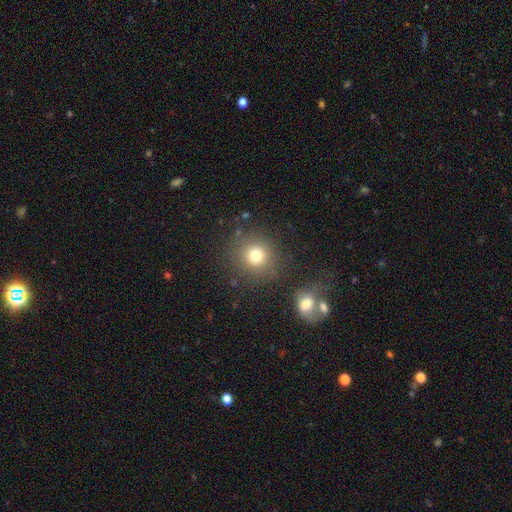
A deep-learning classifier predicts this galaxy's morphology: smooth 76%, star or artifact 15%, featured or disk 9%. Down the decision tree: how rounded — round (89%); merging — none (81%).